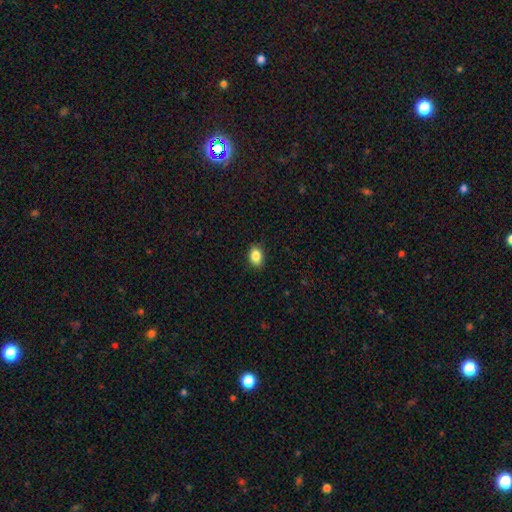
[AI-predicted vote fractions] Overall: smooth (87%). How rounded: in between (82%). Merging: none (86%).